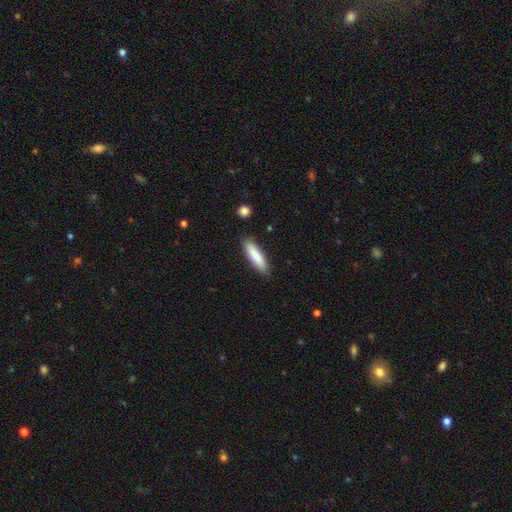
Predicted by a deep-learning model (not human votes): smooth-or-featured: smooth: 84% | featured or disk: 10% | star or artifact: 5%
  how-rounded: cigar-shaped: 70% | in between: 29% | round: 1%
  merging: none: 86% | minor disturbance: 10% | major disturbance: 2% | merger: 2%